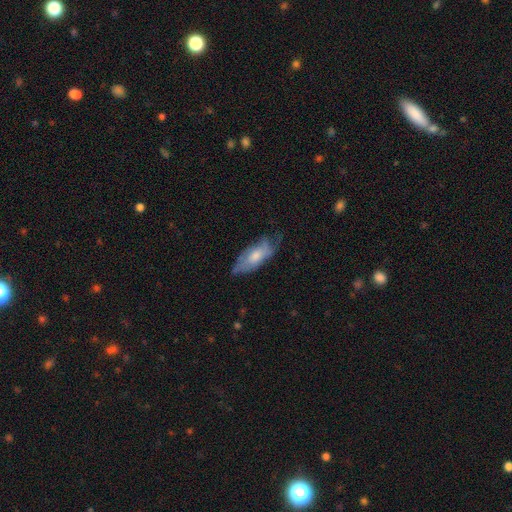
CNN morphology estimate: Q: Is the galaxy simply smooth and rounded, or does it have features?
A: smooth — 49%.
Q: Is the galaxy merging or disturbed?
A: none — 48%.